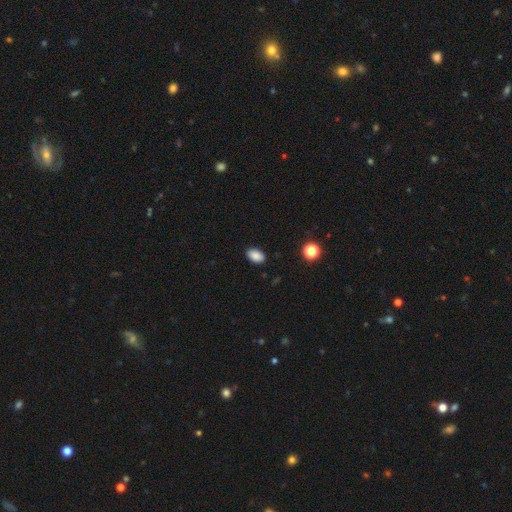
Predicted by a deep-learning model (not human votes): smooth-or-featured: smooth: 87% | star or artifact: 9% | featured or disk: 4%
  how-rounded: in between: 88% | round: 11% | cigar-shaped: 1%
  merging: none: 88% | minor disturbance: 8% | major disturbance: 2% | merger: 1%